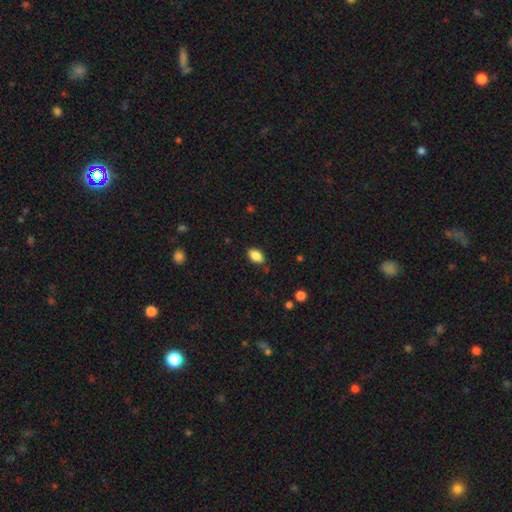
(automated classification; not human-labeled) Smooth or featured? Predicted: smooth (p=0.86). How rounded? Predicted: in between (p=0.90). Merging? Predicted: none (p=0.82).